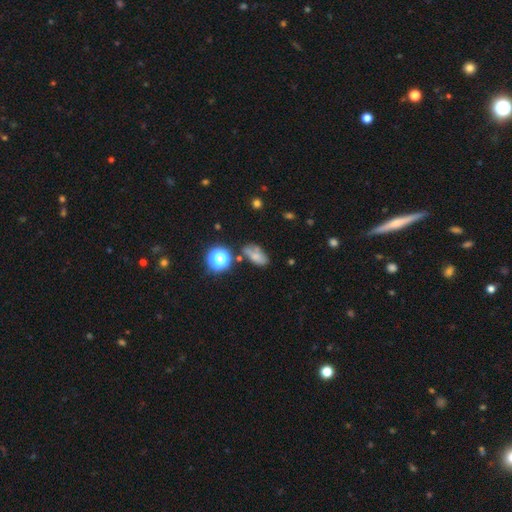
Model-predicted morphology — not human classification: Smooth or featured?
  - smooth: 61% *
  - featured or disk: 22%
  - star or artifact: 17%
How rounded?
  - in between: 80% *
  - round: 13%
  - cigar-shaped: 6%
Merging?
  - none: 53% *
  - minor disturbance: 25%
  - merger: 12%
  - major disturbance: 11%